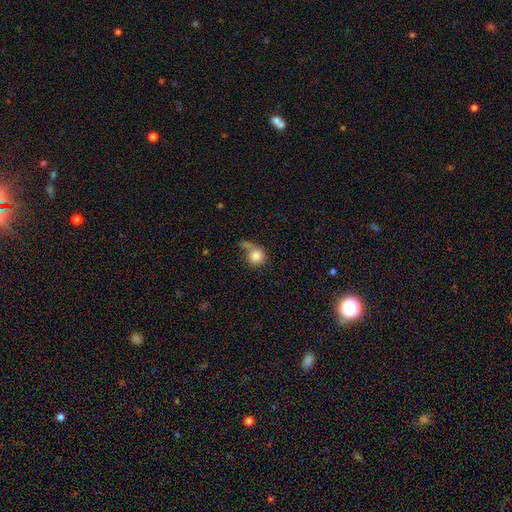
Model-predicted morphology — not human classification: This appears to be a smooth galaxy with no disk features (83%) that is round (89%). Merging: none (44%).